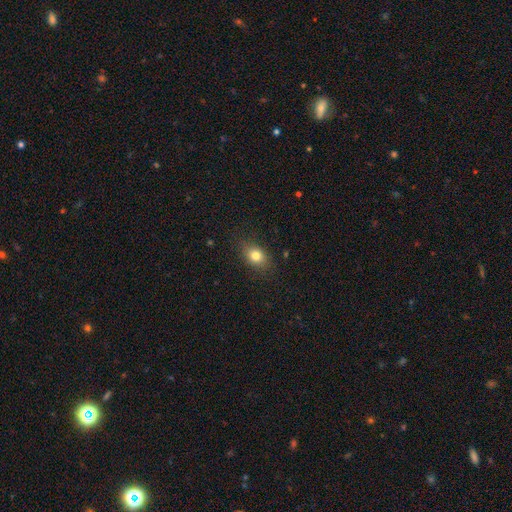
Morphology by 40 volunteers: Overall: smooth (88%). How rounded: in between (54%; round 46%). Merging: none (87%).